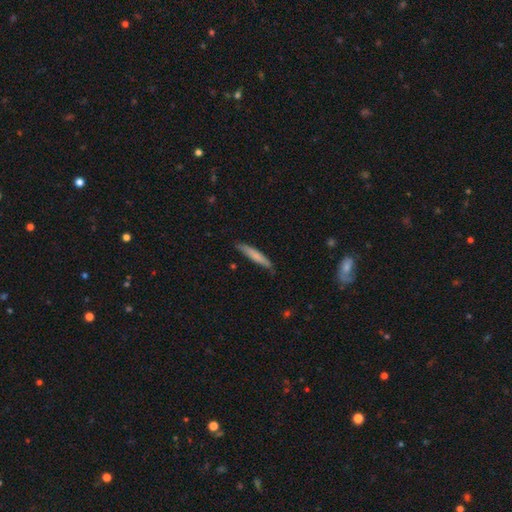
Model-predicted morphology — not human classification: Q: Smooth or featured?
A: smooth (71%); runner-up: featured or disk (24%)
Q: How rounded?
A: cigar-shaped (93%); runner-up: in between (6%)
Q: Merging?
A: none (81%); runner-up: minor disturbance (15%)